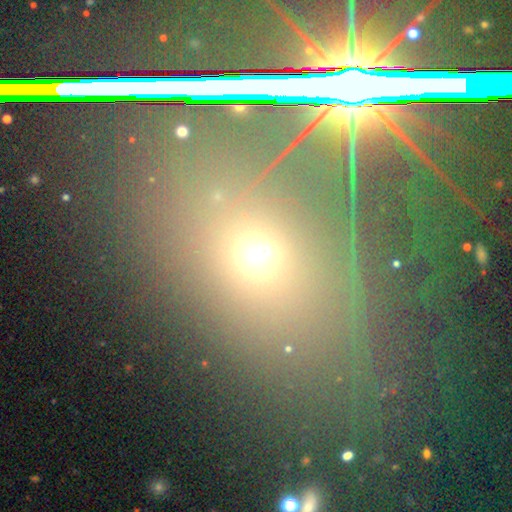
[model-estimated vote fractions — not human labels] smooth 50%, star or artifact 36%, featured or disk 14%. Down the decision tree: merging — none (73%).